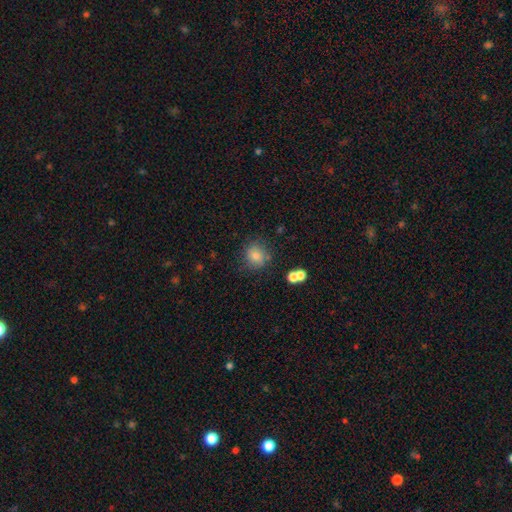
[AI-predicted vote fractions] Smooth or featured: smooth — 75% (star or artifact — 14%)
How rounded: round — 83% (in between — 16%)
Merging: none — 78% (minor disturbance — 13%)